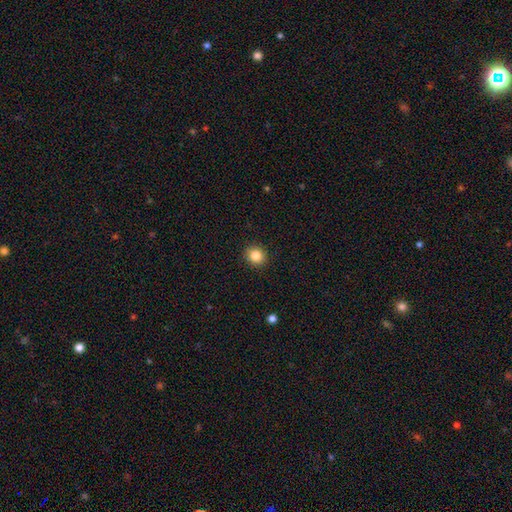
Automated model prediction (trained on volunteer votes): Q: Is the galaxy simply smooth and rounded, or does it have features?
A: smooth — 85%.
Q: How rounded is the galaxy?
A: round — 88%.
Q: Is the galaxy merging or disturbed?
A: none — 92%.